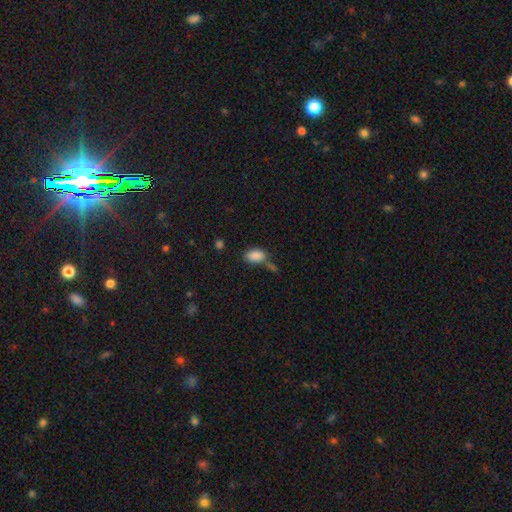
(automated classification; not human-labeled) This appears to be a smooth galaxy with no disk features (86%) that is in between round and cigar-shaped (90%). Merging: none (49%).